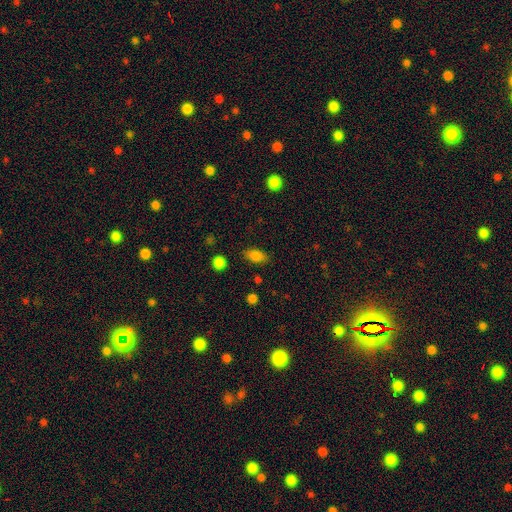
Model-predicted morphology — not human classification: smooth-or-featured: smooth: 82% | star or artifact: 10% | featured or disk: 7%
  how-rounded: in between: 86% | round: 9% | cigar-shaped: 4%
  merging: none: 83% | minor disturbance: 12% | major disturbance: 3% | merger: 2%